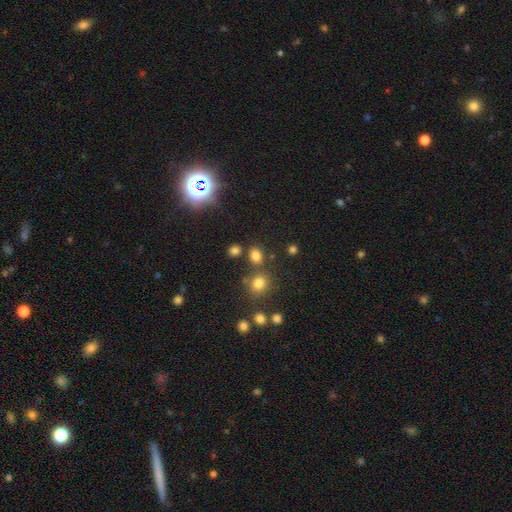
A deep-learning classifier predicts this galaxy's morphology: smooth-or-featured: smooth: 77% | star or artifact: 18% | featured or disk: 6%
  how-rounded: in between: 52% | round: 47% | cigar-shaped: 1%
  merging: none: 73% | merger: 12% | minor disturbance: 11% | major disturbance: 4%